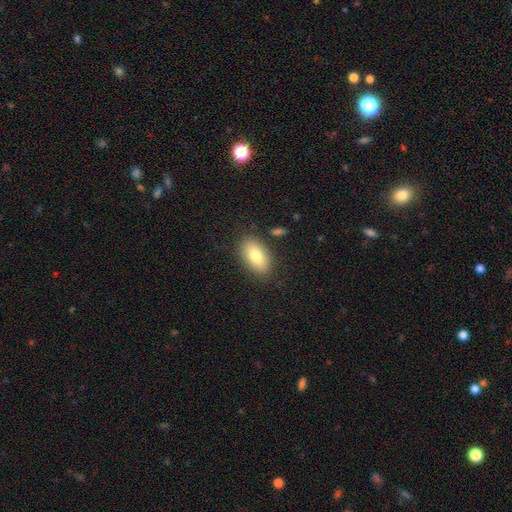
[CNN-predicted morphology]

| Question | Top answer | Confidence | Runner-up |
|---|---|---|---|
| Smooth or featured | smooth | 80% | featured or disk (13%) |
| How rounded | in between | 92% | round (6%) |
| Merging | none | 83% | minor disturbance (11%) |